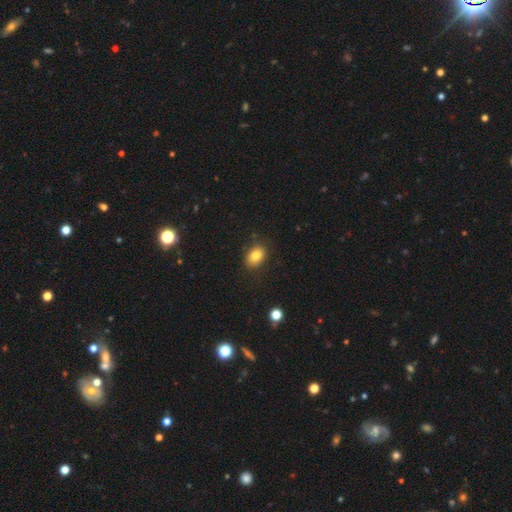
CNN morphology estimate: This is clearly a smooth galaxy (82%). How rounded: likely in between (74%). Merging: clearly none (83%).